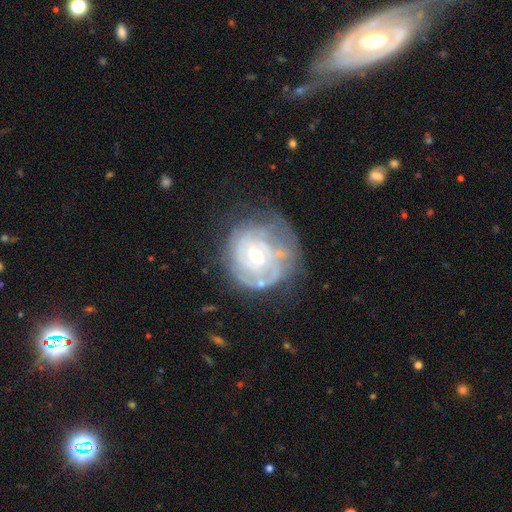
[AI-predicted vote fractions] A featured or disk galaxy (80%) with no bar (55%), tight (73%) spiral arms (88%) and a small central bulge (52%). Merging: none (59%).